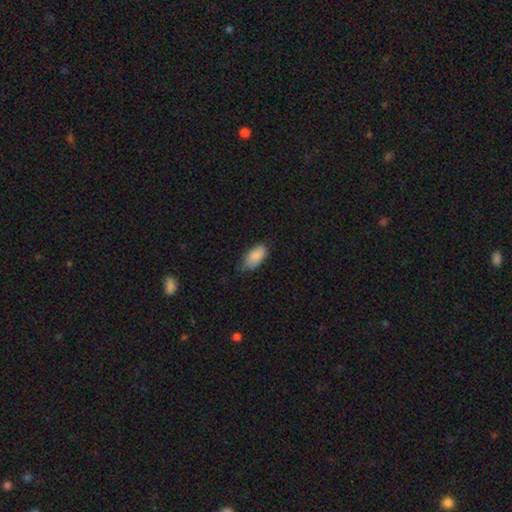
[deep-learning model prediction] Smooth or featured?
  - smooth: 88% *
  - star or artifact: 6%
  - featured or disk: 6%
How rounded?
  - in between: 93% *
  - cigar-shaped: 4%
  - round: 3%
Merging?
  - none: 67% *
  - minor disturbance: 27%
  - major disturbance: 4%
  - merger: 1%